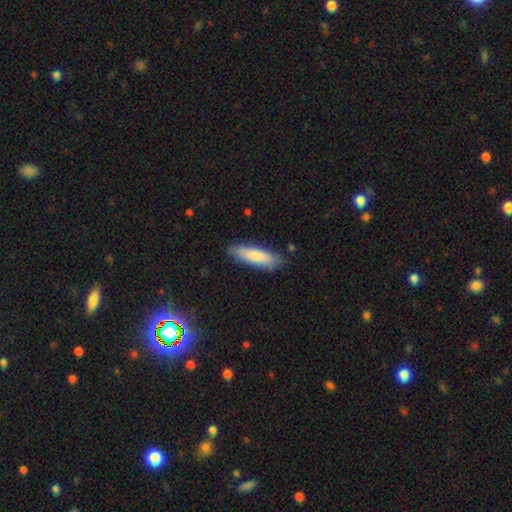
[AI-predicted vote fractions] The model was most divided on "how rounded": cigar-shaped: 65%, in between: 34%, round: 1%. More confident: merging — none (85%); smooth or featured — smooth (83%).